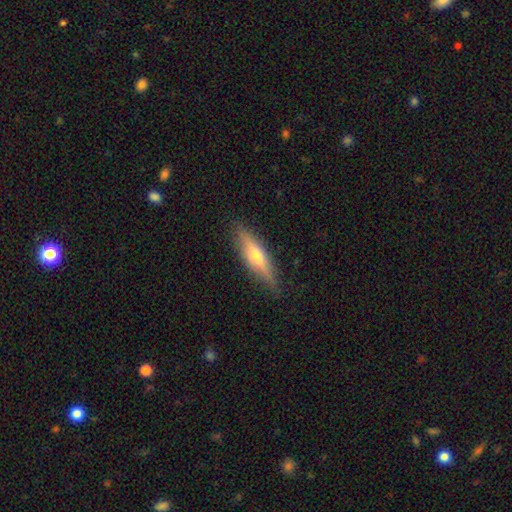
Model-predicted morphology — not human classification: A featured or disk galaxy (55%) viewed edge-on (92%) with a rounded central bulge (87%).

Vote fractions:
- Smooth or featured? featured or disk: 55% / smooth: 38% / star or artifact: 6%
- Edge-on disk? yes: 92% / no: 8%
- Edge-on bulge? rounded: 87% / none: 7% / boxy: 6%
- Merging? none: 86% / minor disturbance: 11% / major disturbance: 2% / merger: 1%